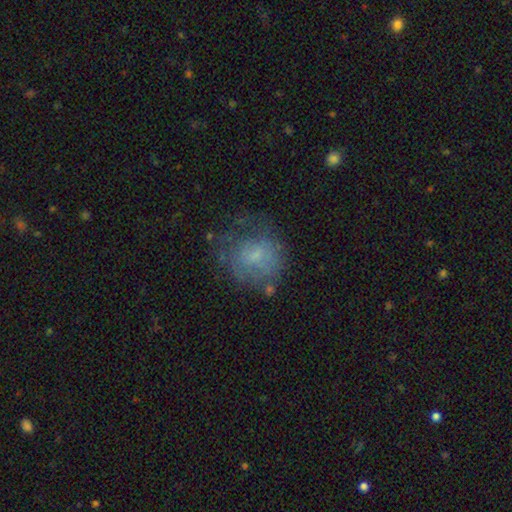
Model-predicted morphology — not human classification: Q: Smooth or featured?
A: smooth (52%); runner-up: featured or disk (35%)
Q: How rounded?
A: round (71%); runner-up: in between (28%)
Q: Merging?
A: none (49%); runner-up: minor disturbance (24%)